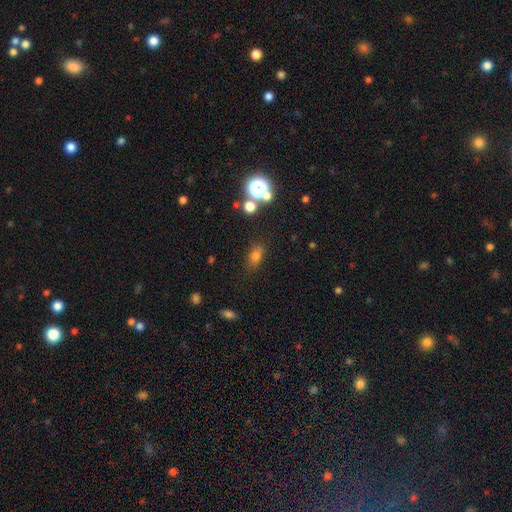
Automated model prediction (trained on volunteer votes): Smooth or featured: smooth — 69% (star or artifact — 20%)
How rounded: in between — 69% (round — 20%)
Merging: none — 75% (minor disturbance — 14%)